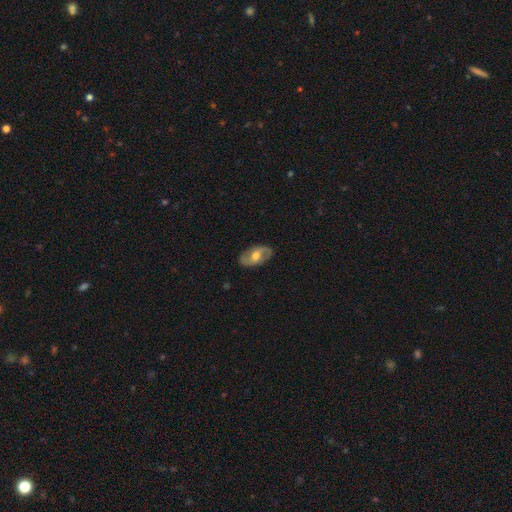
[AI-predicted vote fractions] Q: Smooth or featured?
A: featured or disk (70%); runner-up: smooth (25%)
Q: Edge-on disk?
A: no (94%); runner-up: yes (6%)
Q: Bar?
A: no (47%); runner-up: weak (40%)
Q: Spiral arms?
A: yes (83%); runner-up: no (17%)
Q: Spiral winding?
A: medium (45%); runner-up: loose (33%)
Q: Spiral arm count?
A: 2 (88%); runner-up: can't tell (7%)
Q: Bulge size?
A: moderate (71%); runner-up: small (17%)
Q: Merging?
A: none (84%); runner-up: minor disturbance (11%)